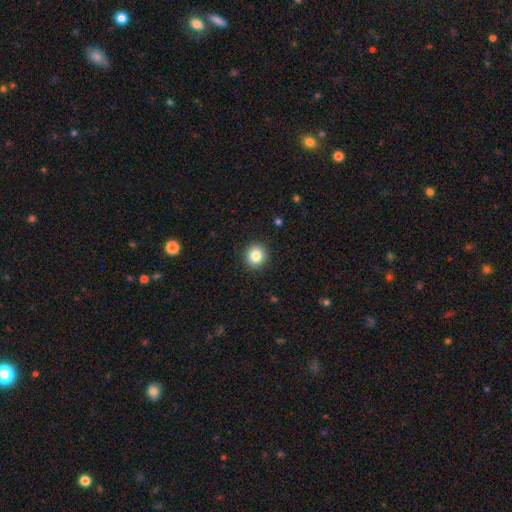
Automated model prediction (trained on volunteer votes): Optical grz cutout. It shows a smooth galaxy with no disk features (84%) that is round (91%). Merging: none (91%).